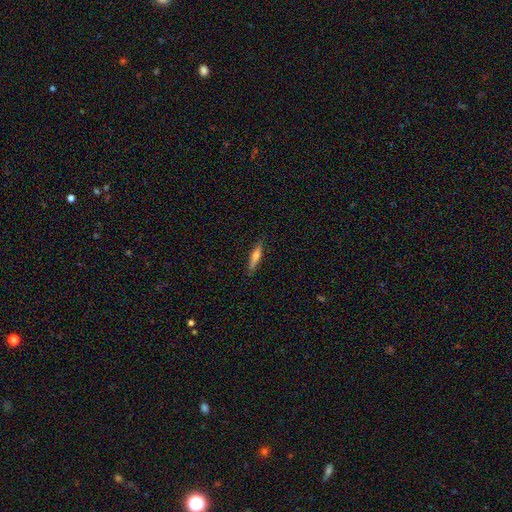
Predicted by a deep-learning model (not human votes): This appears to be a smooth galaxy with no disk features (58%) that is cigar-shaped (84%). Merging: none (86%).